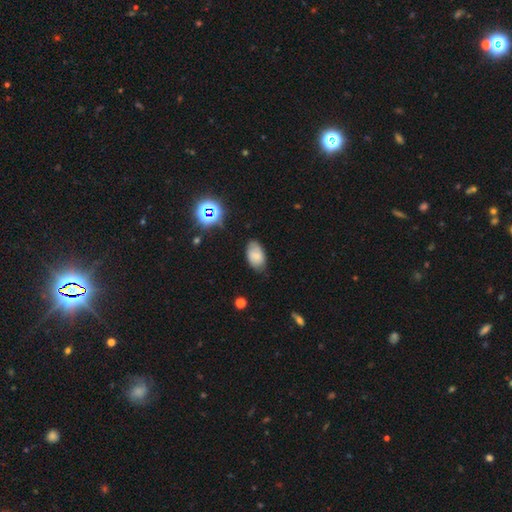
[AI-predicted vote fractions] smooth-or-featured: smooth: 71% | featured or disk: 18% | star or artifact: 11%
  how-rounded: in between: 92% | round: 6% | cigar-shaped: 1%
  merging: none: 70% | minor disturbance: 24% | major disturbance: 5% | merger: 2%